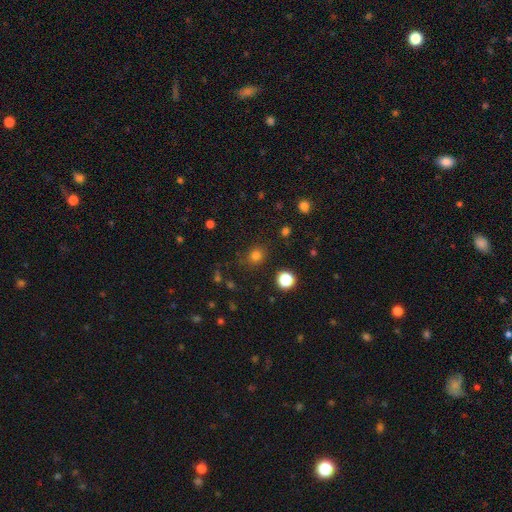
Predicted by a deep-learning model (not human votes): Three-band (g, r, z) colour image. It shows a smooth galaxy with no disk features (78%) that is round (78%). Merging: none (82%).